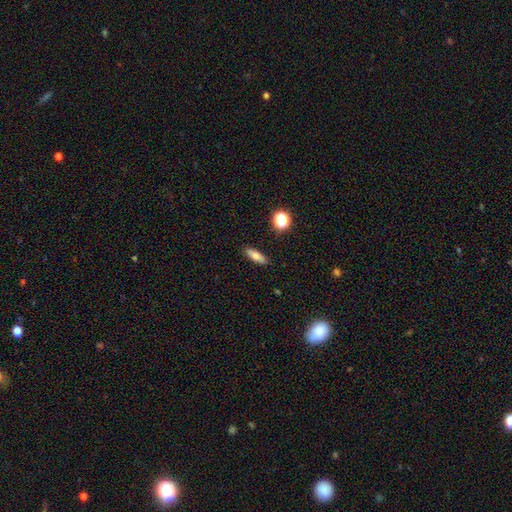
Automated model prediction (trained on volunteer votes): A smooth galaxy with no disk features (74%) that is cigar-shaped (50%). Merging: none (89%).